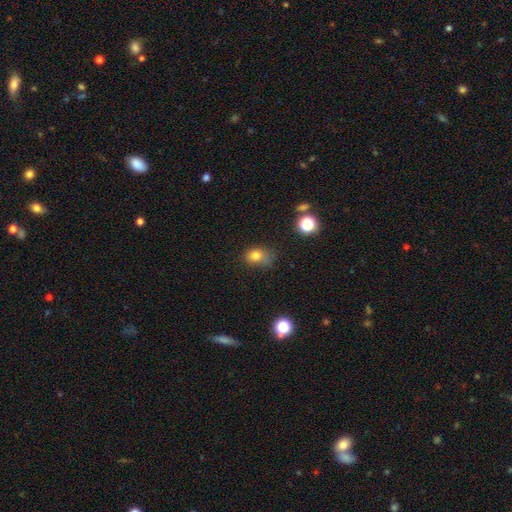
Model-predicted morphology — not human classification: smooth 78%, star or artifact 14%, featured or disk 8%. Down the decision tree: how rounded — in between (56%); merging — none (48%).